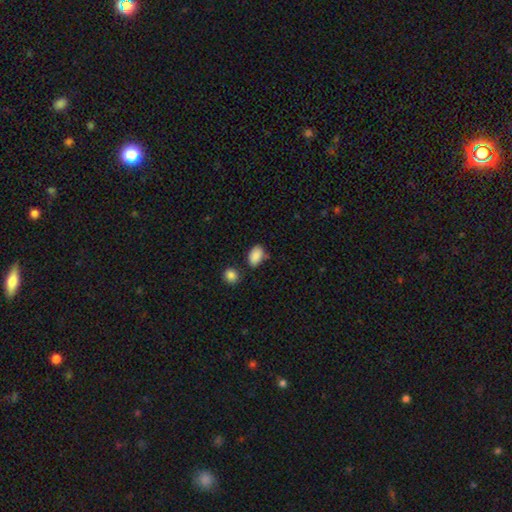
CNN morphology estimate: This appears to be a smooth galaxy with no disk features (88%) that is in between round and cigar-shaped (90%). Merging: none (74%).